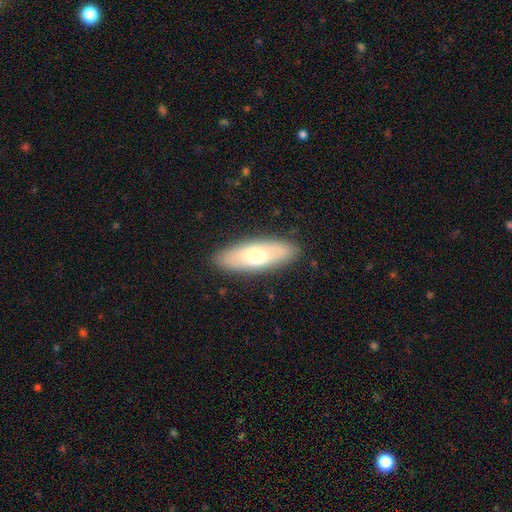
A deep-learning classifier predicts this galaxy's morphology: smooth-or-featured: smooth: 61% | featured or disk: 33% | star or artifact: 6%
  how-rounded: in between: 68% | cigar-shaped: 30% | round: 2%
  merging: none: 87% | minor disturbance: 9% | major disturbance: 2% | merger: 1%